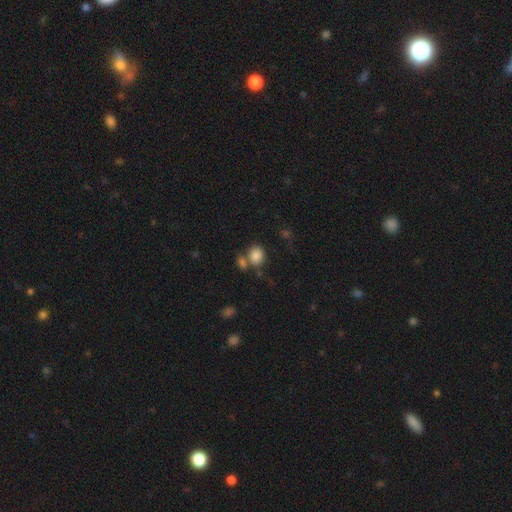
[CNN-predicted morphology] smooth-or-featured: smooth: 85% | star or artifact: 10% | featured or disk: 6%
  how-rounded: round: 61% | in between: 38% | cigar-shaped: 1%
  merging: none: 55% | merger: 28% | minor disturbance: 11% | major disturbance: 5%